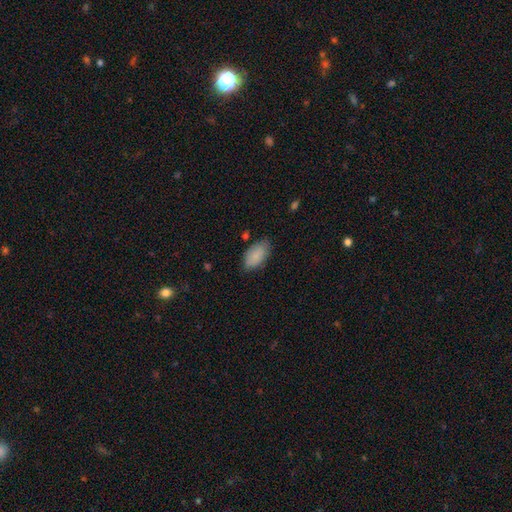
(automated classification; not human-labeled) This is clearly a smooth galaxy (87%). How rounded: clearly in between (94%). Merging: likely none (75%).